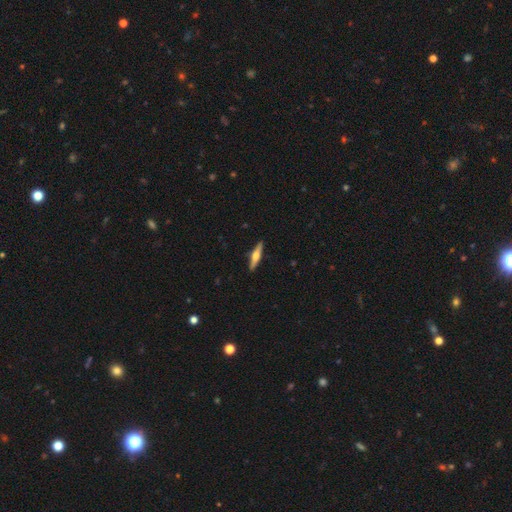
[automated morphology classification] featured or disk 60%, smooth 35%, star or artifact 5%. Down the decision tree: edge-on disk — yes (97%); edge-on bulge — rounded (91%); merging — none (91%).